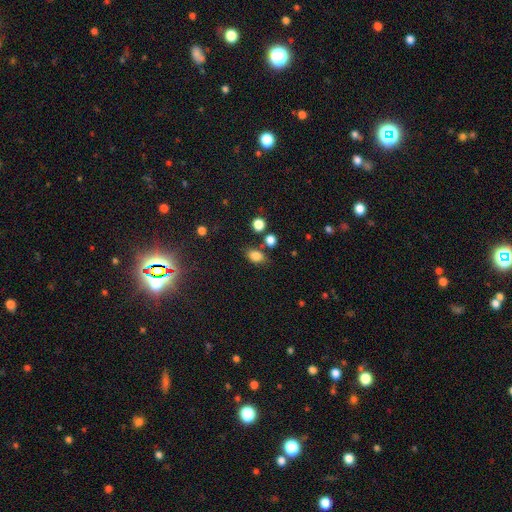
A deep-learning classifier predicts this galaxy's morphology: This is clearly a smooth galaxy (82%). How rounded: likely in between (77%). Merging: likely none (70%).